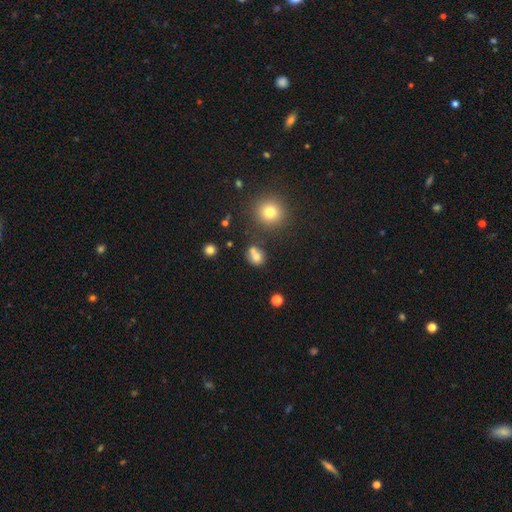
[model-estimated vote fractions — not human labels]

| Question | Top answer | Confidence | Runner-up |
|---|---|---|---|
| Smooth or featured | smooth | 72% | star or artifact (15%) |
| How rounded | round | 66% | in between (33%) |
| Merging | none | 53% | merger (29%) |